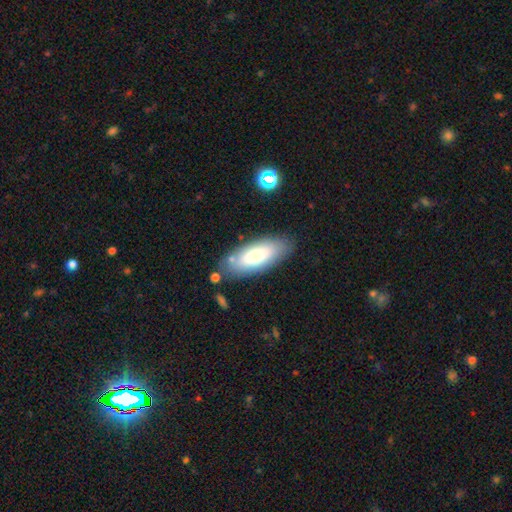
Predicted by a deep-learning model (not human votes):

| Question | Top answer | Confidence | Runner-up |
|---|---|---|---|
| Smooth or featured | smooth | 69% | featured or disk (24%) |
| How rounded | in between | 78% | cigar-shaped (20%) |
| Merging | none | 79% | minor disturbance (13%) |